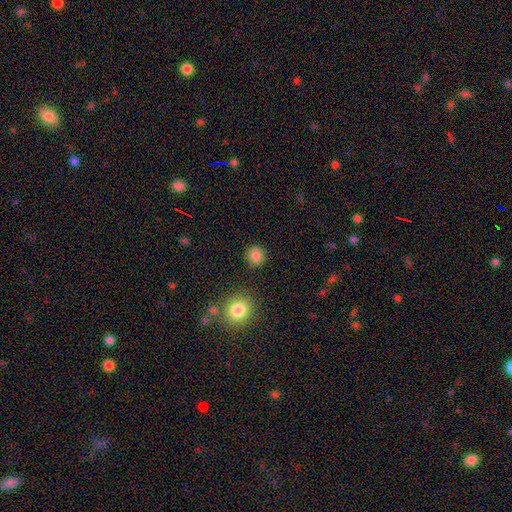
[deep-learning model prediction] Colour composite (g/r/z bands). It shows a smooth galaxy with no disk features (85%) that is round (89%). Merging: none (89%).